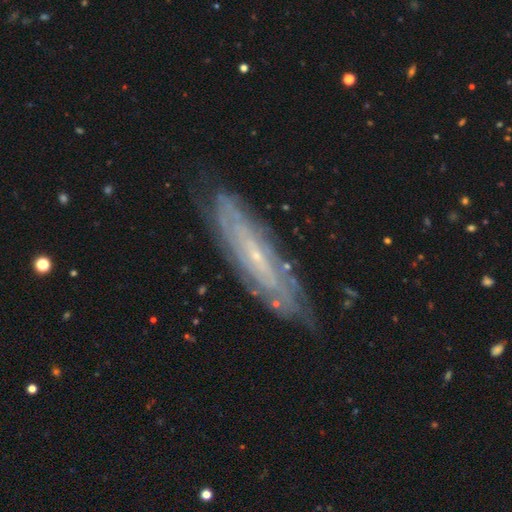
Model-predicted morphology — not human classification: This is likely a featured or disk galaxy (77%). It is likely not viewed edge-on (67%). Bar: possibly no (57%). Spiral arm pattern: clearly yes (82%). Central bulge: clearly small (84%). Merging: likely none (79%).